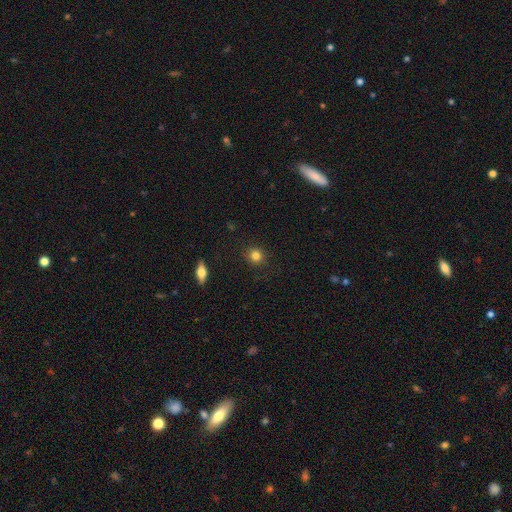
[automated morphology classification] type=smooth (82%); roundness=round (90%); merging=none (89%).